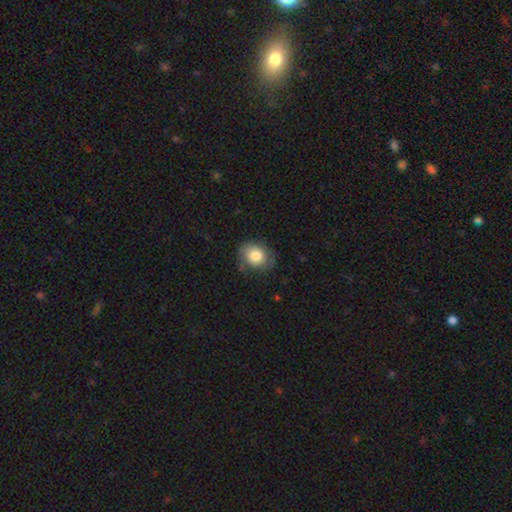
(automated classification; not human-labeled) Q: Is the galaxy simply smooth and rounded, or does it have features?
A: smooth — 76%.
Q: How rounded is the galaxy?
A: round — 56%.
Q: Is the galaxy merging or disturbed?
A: none — 69%.